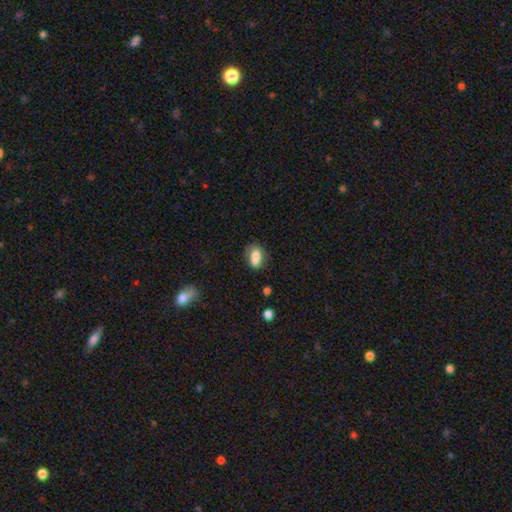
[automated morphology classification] Q: Smooth or featured?
A: smooth (69%); runner-up: featured or disk (21%)
Q: How rounded?
A: in between (72%); runner-up: round (25%)
Q: Merging?
A: none (39%); runner-up: merger (31%)